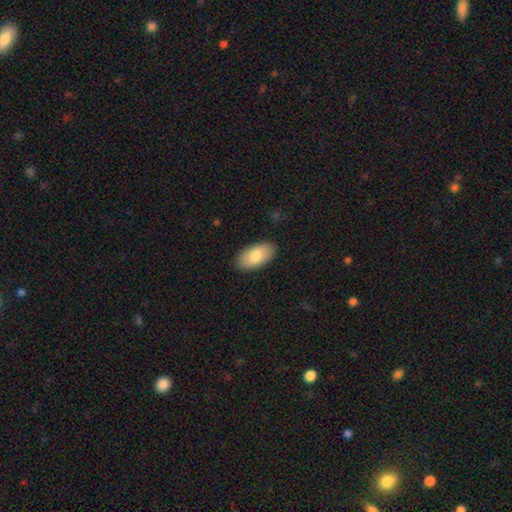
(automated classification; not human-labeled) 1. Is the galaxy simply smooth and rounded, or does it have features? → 78% smooth, 16% featured or disk, 6% star or artifact.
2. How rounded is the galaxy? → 95% in between, 3% round, 2% cigar-shaped.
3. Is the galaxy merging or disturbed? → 88% none, 9% minor disturbance, 2% major disturbance, 1% merger.